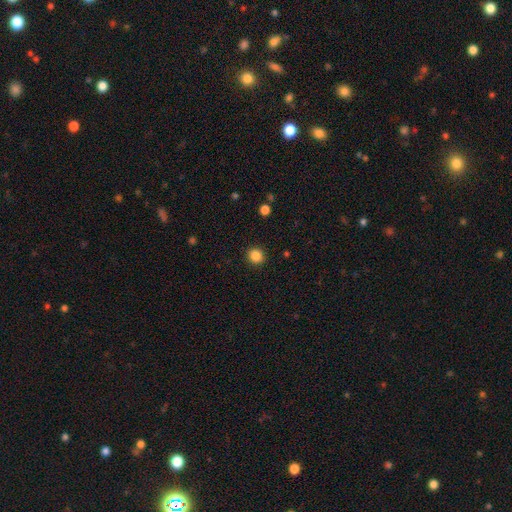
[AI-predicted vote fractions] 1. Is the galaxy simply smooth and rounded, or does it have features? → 85% smooth, 11% star or artifact, 3% featured or disk.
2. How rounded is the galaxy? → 85% round, 14% in between, 1% cigar-shaped.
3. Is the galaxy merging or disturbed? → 91% none, 6% minor disturbance, 2% major disturbance, 1% merger.